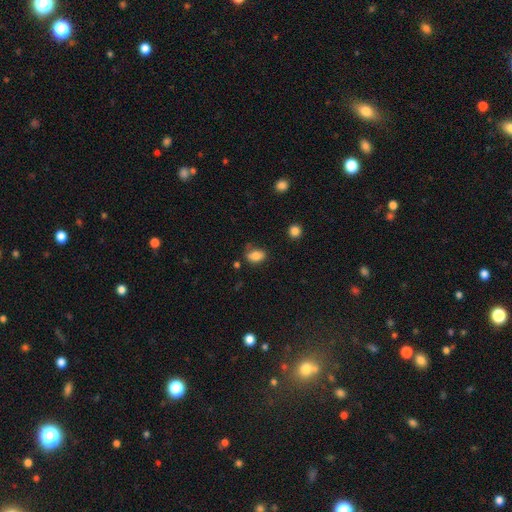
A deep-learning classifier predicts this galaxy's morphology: smooth-or-featured: smooth: 81% | star or artifact: 10% | featured or disk: 9%
  how-rounded: in between: 78% | round: 20% | cigar-shaped: 2%
  merging: none: 60% | minor disturbance: 28% | major disturbance: 8% | merger: 4%